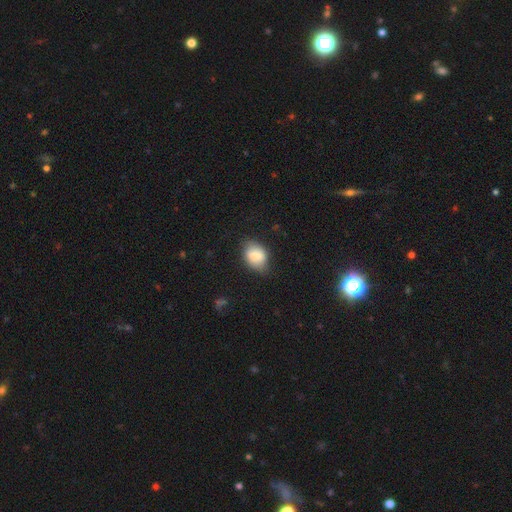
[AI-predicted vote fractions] smooth 81%, featured or disk 11%, star or artifact 8%. Down the decision tree: how rounded — in between (69%); merging — none (68%).